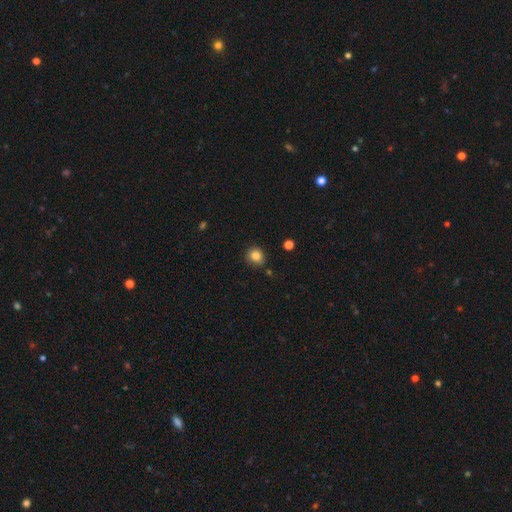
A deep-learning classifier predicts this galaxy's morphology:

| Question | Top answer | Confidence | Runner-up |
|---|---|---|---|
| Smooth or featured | smooth | 84% | star or artifact (11%) |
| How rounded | round | 83% | in between (16%) |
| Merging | none | 82% | minor disturbance (13%) |